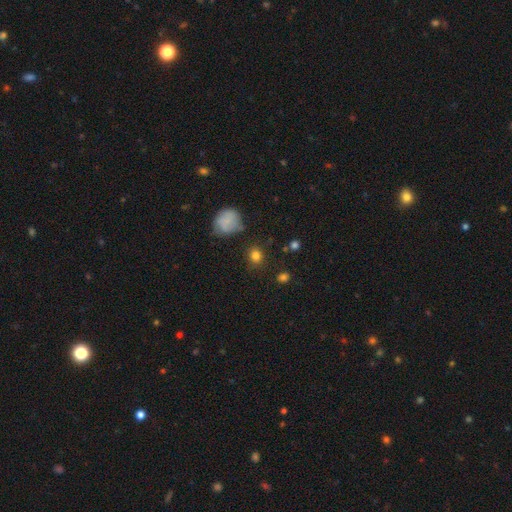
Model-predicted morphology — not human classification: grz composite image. It shows a smooth galaxy with no disk features (82%) that is round (78%). Merging: none (81%).